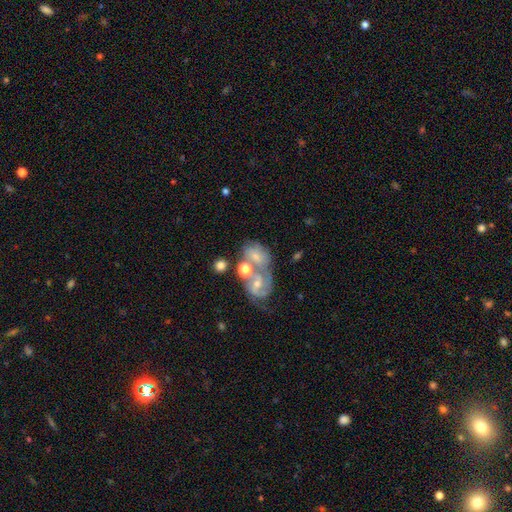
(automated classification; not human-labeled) The model was most divided on "smooth or featured": featured or disk: 47%, smooth: 42%, star or artifact: 11%. Remaining: merging — merger (49%).